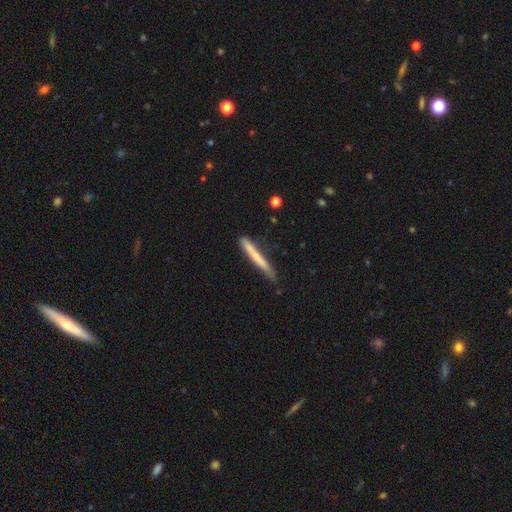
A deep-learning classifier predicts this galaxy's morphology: Smooth or featured? Predicted: smooth (p=0.61). How rounded? Predicted: cigar-shaped (p=0.96). Merging? Predicted: none (p=0.73).